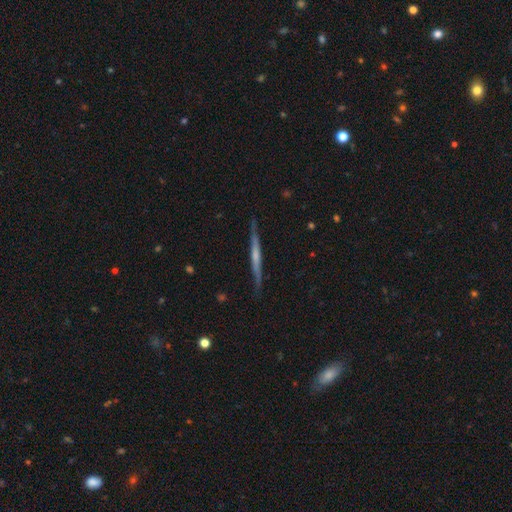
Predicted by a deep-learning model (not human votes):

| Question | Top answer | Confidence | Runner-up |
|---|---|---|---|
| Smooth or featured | featured or disk | 63% | smooth (31%) |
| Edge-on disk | yes | 97% | no (3%) |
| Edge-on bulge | none | 59% | rounded (28%) |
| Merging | none | 87% | minor disturbance (10%) |